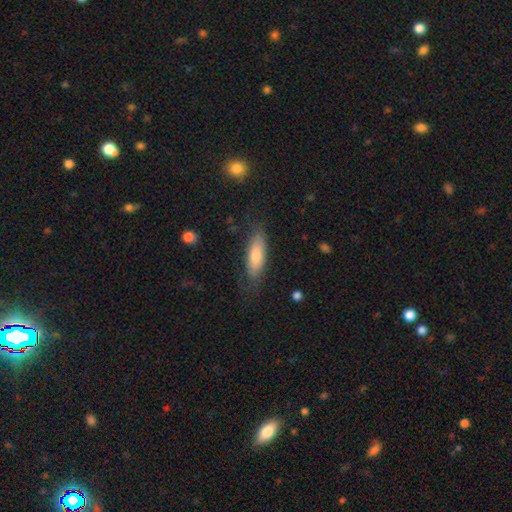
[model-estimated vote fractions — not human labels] Smooth or featured: smooth — 73% (featured or disk — 21%)
How rounded: in between — 55% (cigar-shaped — 43%)
Merging: none — 73% (minor disturbance — 19%)